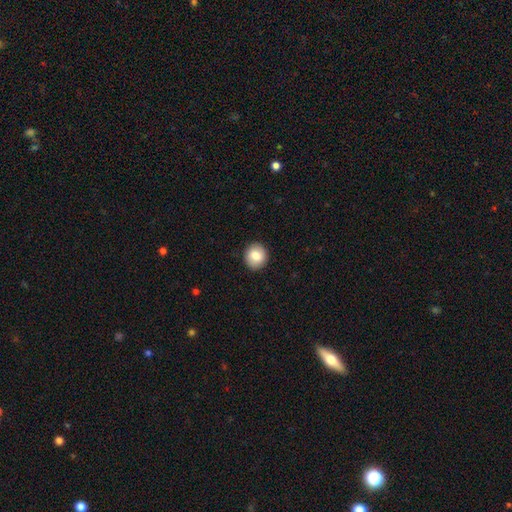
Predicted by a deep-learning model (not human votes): This appears to be a smooth galaxy with no disk features (83%) that is round (81%). Merging: none (90%).